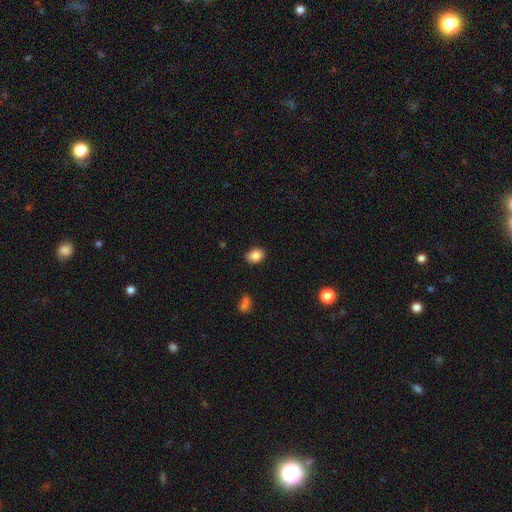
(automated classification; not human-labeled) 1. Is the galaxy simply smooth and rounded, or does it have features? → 85% smooth, 9% star or artifact, 6% featured or disk.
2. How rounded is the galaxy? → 63% in between, 36% round, 1% cigar-shaped.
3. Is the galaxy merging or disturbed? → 86% none, 11% minor disturbance, 2% major disturbance, 2% merger.